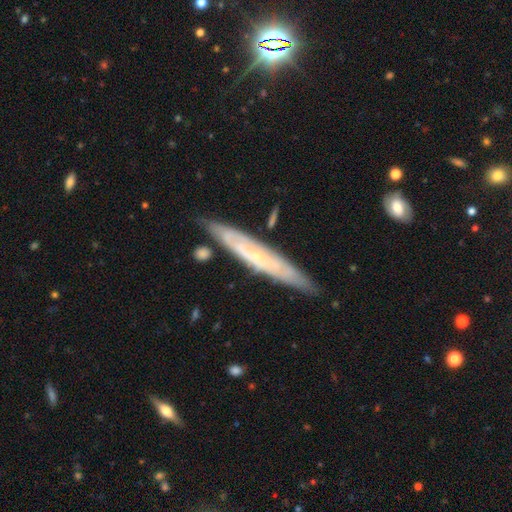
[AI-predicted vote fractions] A featured or disk galaxy (68%) viewed edge-on (61%). Merging: none (76%).